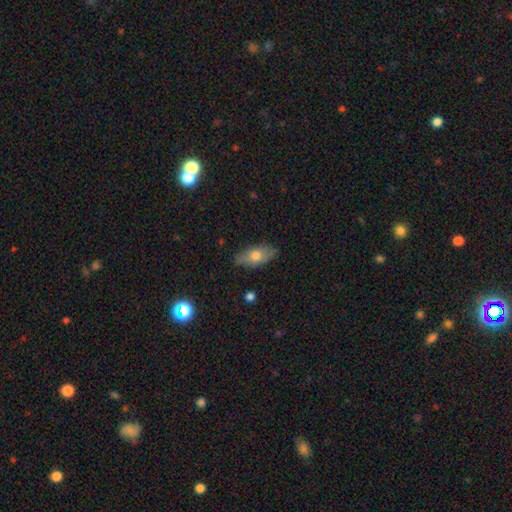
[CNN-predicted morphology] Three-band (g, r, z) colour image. It shows a smooth galaxy with no disk features (65%) that is in between round and cigar-shaped (84%). Merging: none (80%).